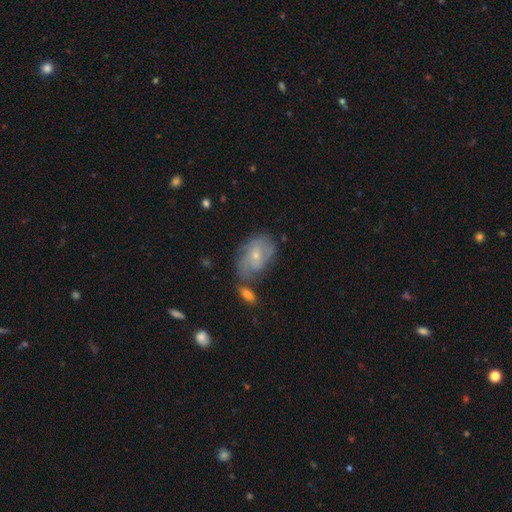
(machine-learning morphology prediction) smooth-or-featured: featured or disk: 61% | smooth: 32% | star or artifact: 8%
  disk-edge-on: no: 95% | yes: 5%
    bar: no: 66% | weak: 29% | strong: 5%
    has-spiral-arms: yes: 71% | no: 29%
    bulge-size: small: 68% | moderate: 28% | none: 2% | large: 1% | dominant: 1%
  merging: none: 46% | minor disturbance: 25% | merger: 16% | major disturbance: 13%